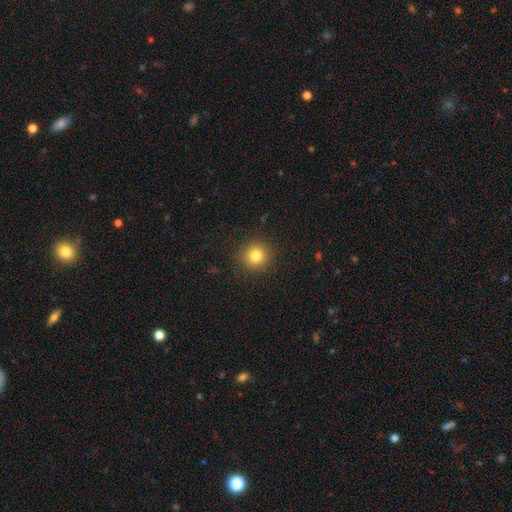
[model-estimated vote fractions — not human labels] This is clearly a smooth galaxy (80%). How rounded: clearly round (93%). Merging: clearly none (90%).